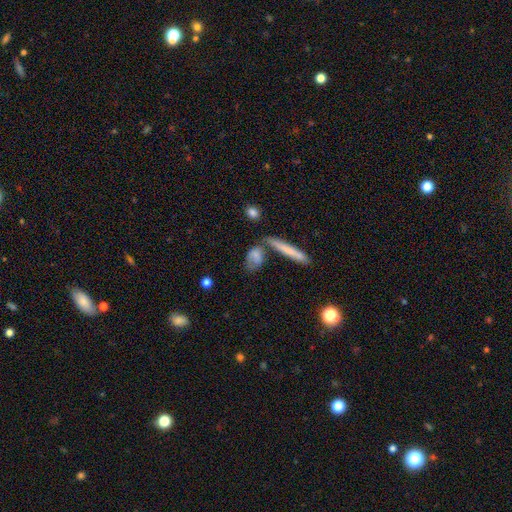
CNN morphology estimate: A smooth galaxy with no disk features (68%) that is in between round and cigar-shaped (56%).

Vote fractions:
- Smooth or featured? smooth: 68% / featured or disk: 24% / star or artifact: 8%
- How rounded? in between: 56% / cigar-shaped: 32% / round: 12%
- Merging? none: 48% / merger: 21% / minor disturbance: 20% / major disturbance: 10%